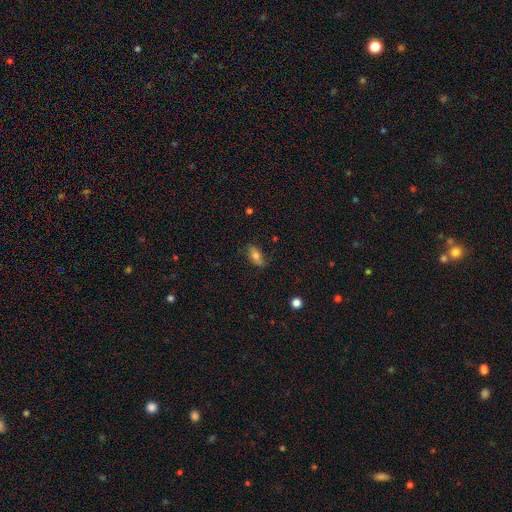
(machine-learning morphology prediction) A smooth galaxy with no disk features (70%) that is in between round and cigar-shaped (86%). Merging: none (74%).